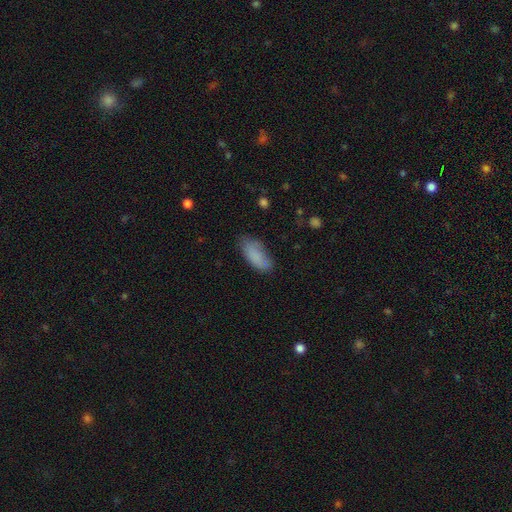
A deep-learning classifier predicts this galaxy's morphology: A smooth galaxy with no disk features (84%) that is in between round and cigar-shaped (85%).

Vote fractions:
- Smooth or featured? smooth: 84% / featured or disk: 8% / star or artifact: 7%
- How rounded? in between: 85% / cigar-shaped: 13% / round: 2%
- Merging? none: 67% / minor disturbance: 25% / major disturbance: 7% / merger: 2%